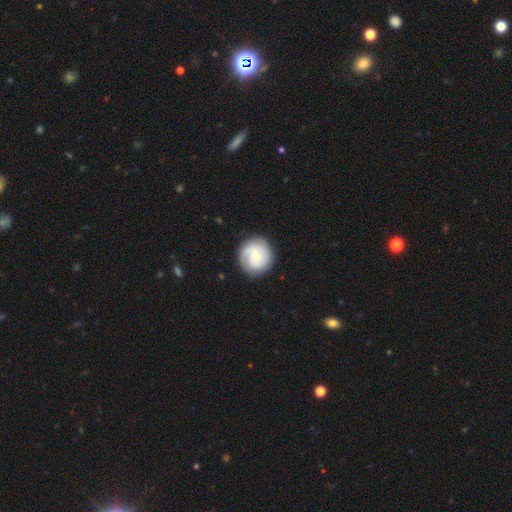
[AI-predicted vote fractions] Smooth or featured? Predicted: featured or disk (p=0.66). Edge-on disk? Predicted: no (p=0.98). Bar? Predicted: no (p=0.62). Spiral arms? Predicted: yes (p=0.93). Spiral winding? Predicted: tight (p=0.56). Spiral arm count? Predicted: 2 (p=0.46). Bulge size? Predicted: small (p=0.65). Merging? Predicted: none (p=0.84).